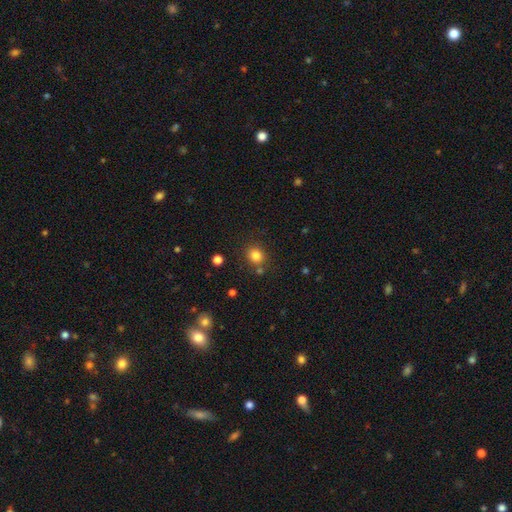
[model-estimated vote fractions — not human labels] A smooth galaxy with no disk features (82%) that is round (81%). Merging: none (78%).